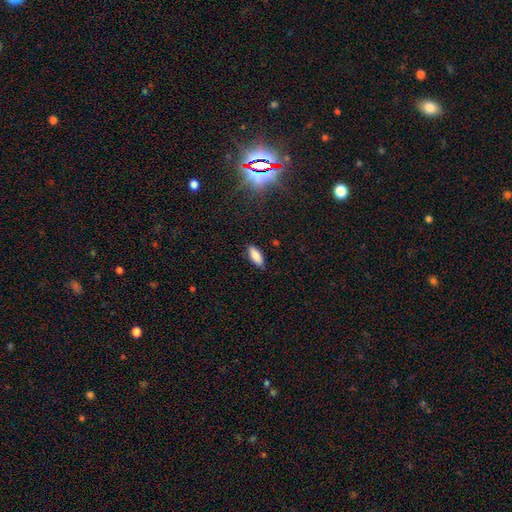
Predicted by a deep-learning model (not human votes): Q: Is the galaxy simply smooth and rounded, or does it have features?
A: smooth — 85%.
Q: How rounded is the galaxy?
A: in between — 71%.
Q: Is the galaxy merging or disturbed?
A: none — 86%.